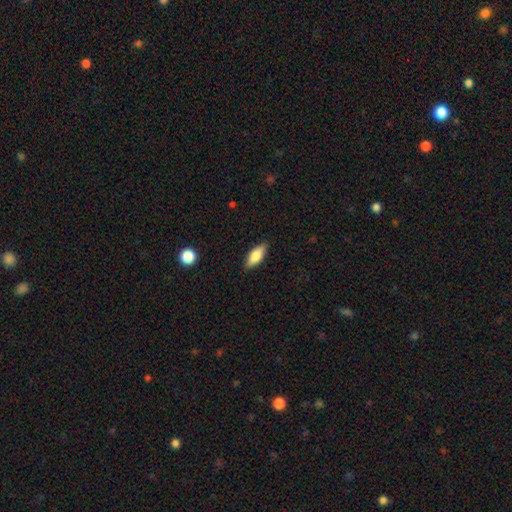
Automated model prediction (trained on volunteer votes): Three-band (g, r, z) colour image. It shows a smooth galaxy with no disk features (75%) that is in between round and cigar-shaped (73%). Merging: none (86%).